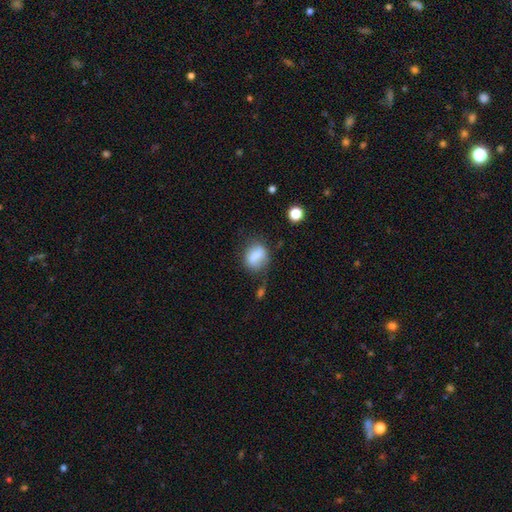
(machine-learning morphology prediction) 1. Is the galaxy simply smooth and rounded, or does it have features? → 77% smooth, 14% featured or disk, 9% star or artifact.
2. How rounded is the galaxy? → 51% in between, 47% round, 2% cigar-shaped.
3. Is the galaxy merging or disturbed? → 56% none, 26% minor disturbance, 11% major disturbance, 7% merger.